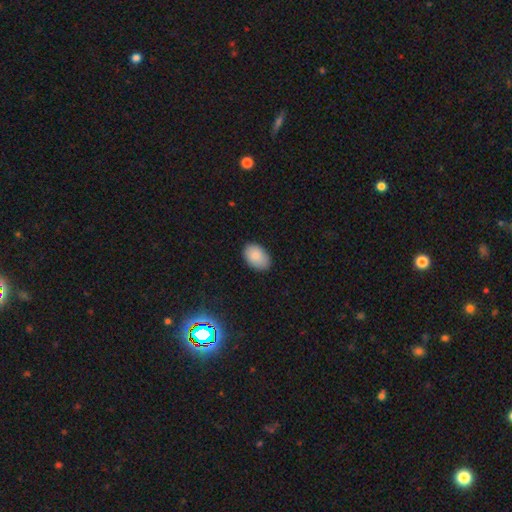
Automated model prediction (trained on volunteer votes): Smooth or featured? smooth (87%)
How rounded? in between (89%)
Merging? none (85%)